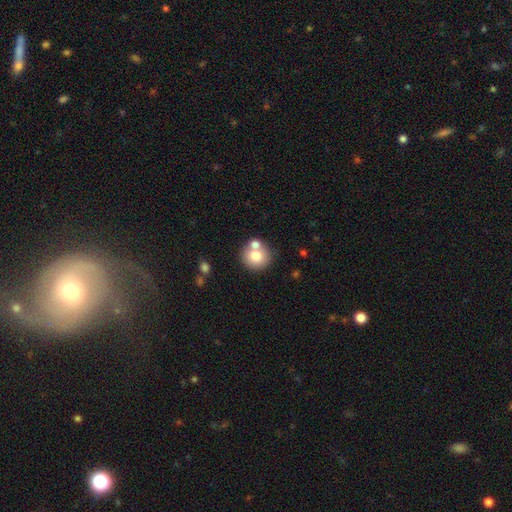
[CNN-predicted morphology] A smooth galaxy with no disk features (74%) that is round (89%).

Vote fractions:
- Smooth or featured? smooth: 74% / featured or disk: 16% / star or artifact: 10%
- How rounded? round: 89% / in between: 10% / cigar-shaped: 1%
- Merging? none: 61% / merger: 27% / minor disturbance: 9% / major disturbance: 3%